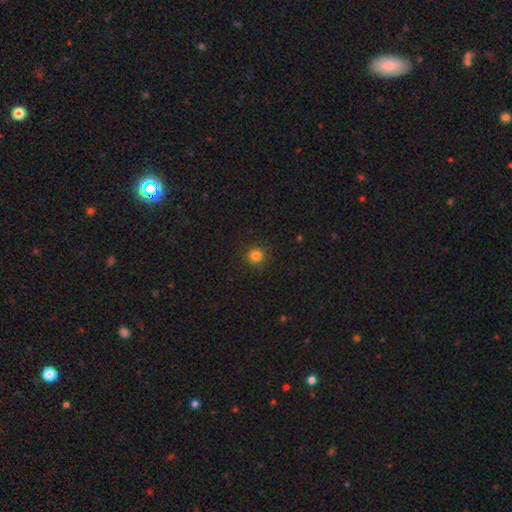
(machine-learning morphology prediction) A smooth galaxy with no disk features (83%) that is round (93%).

Vote fractions:
- Smooth or featured? smooth: 83% / star or artifact: 13% / featured or disk: 4%
- How rounded? round: 93% / in between: 6% / cigar-shaped: 1%
- Merging? none: 90% / minor disturbance: 7% / major disturbance: 2% / merger: 1%